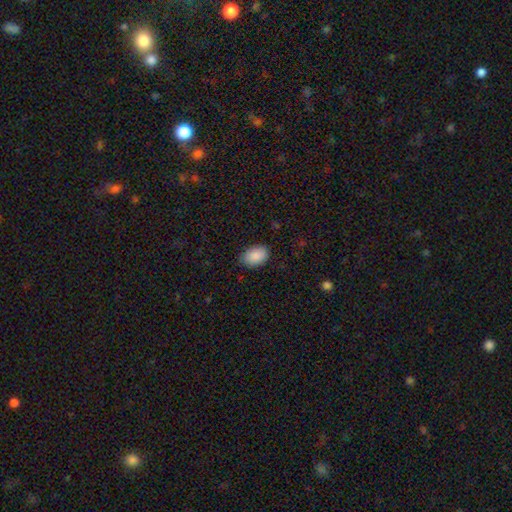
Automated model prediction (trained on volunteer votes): This is clearly a smooth galaxy (90%). How rounded: clearly in between (90%). Merging: clearly none (84%).